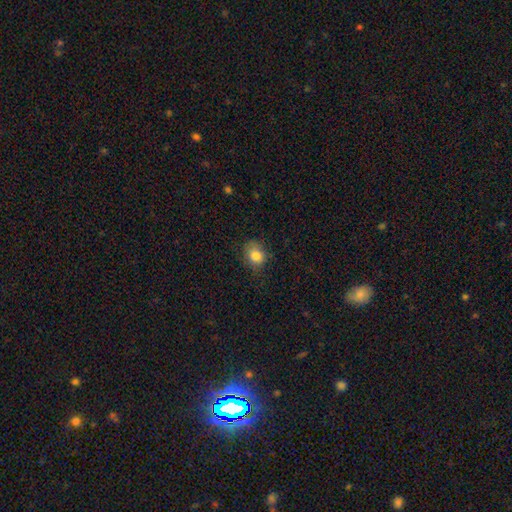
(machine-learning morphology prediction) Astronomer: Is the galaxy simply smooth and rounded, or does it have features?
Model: smooth — 83%.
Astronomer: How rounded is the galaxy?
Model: round — 62% (runner-up: in between, 37%).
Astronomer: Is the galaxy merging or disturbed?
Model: none — 70%.